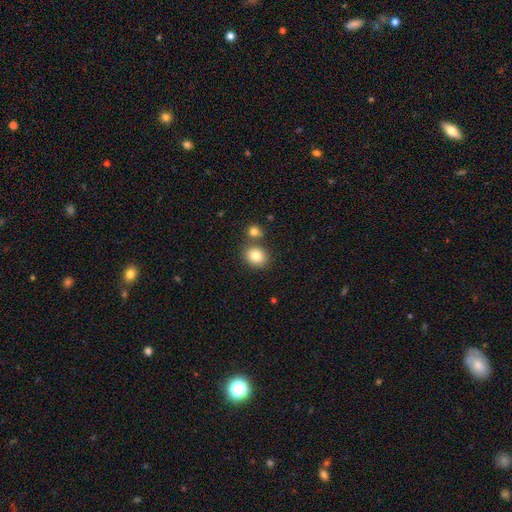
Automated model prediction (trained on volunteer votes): Overall: smooth (82%). How rounded: round (64%; in between 35%). Merging: none (69%).